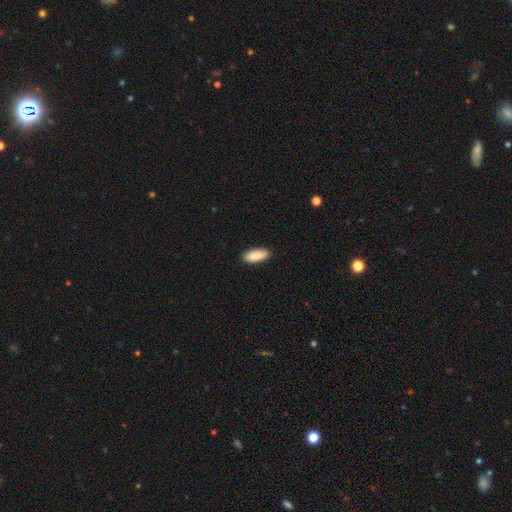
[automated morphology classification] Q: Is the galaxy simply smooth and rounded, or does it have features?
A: smooth — 90%.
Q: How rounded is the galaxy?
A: in between — 78%.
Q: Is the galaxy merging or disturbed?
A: none — 88%.